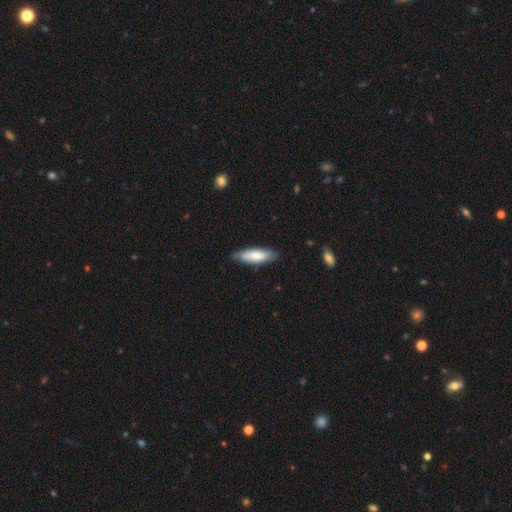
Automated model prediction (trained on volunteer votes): smooth 73%, featured or disk 22%, star or artifact 5%. Down the decision tree: how rounded — in between (51%); merging — none (79%).